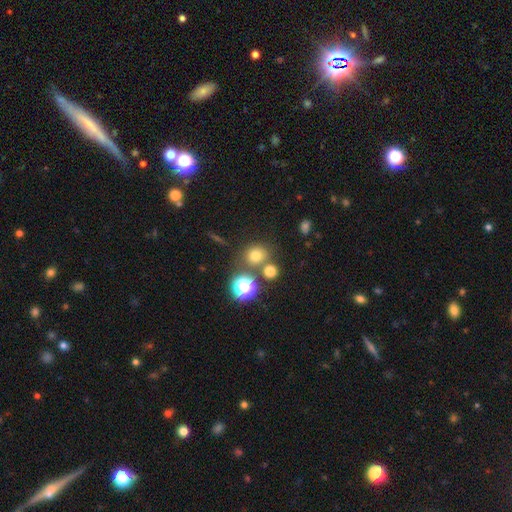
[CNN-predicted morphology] type=smooth (69%); roundness=round (84%); merging=none (70%).